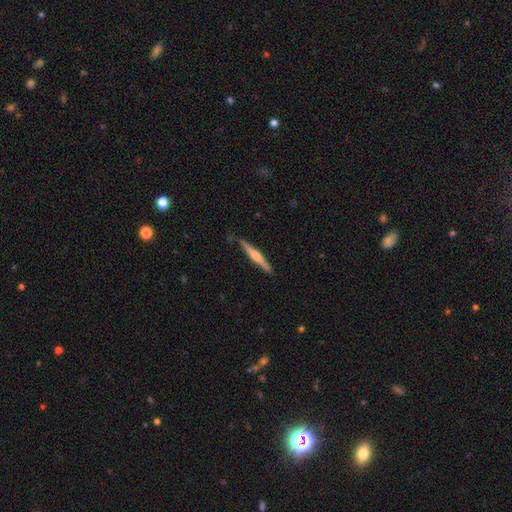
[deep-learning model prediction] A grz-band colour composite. It shows a featured or disk galaxy (64%) viewed edge-on (98%) with a rounded central bulge (72%). Merging: none (86%).